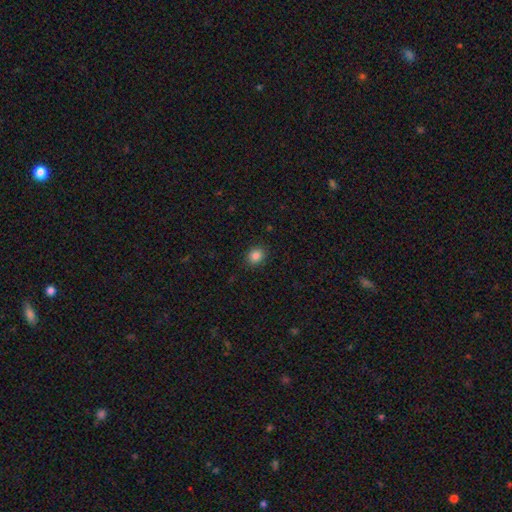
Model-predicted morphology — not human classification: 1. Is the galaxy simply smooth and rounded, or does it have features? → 85% smooth, 11% star or artifact, 4% featured or disk.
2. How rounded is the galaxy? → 61% round, 38% in between, 1% cigar-shaped.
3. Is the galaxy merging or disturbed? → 89% none, 8% minor disturbance, 2% major disturbance, 1% merger.